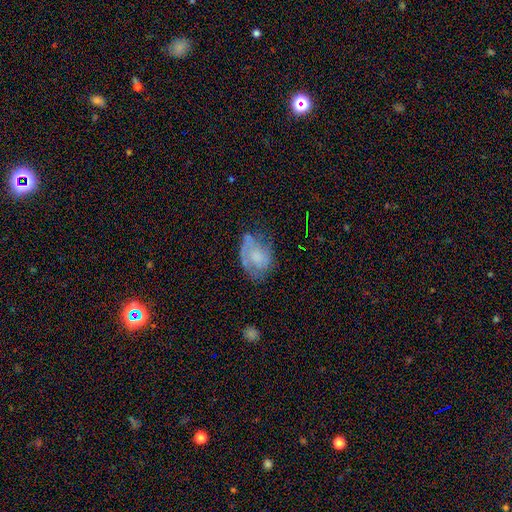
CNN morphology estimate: A featured or disk galaxy (50%). Merging: none (48%).